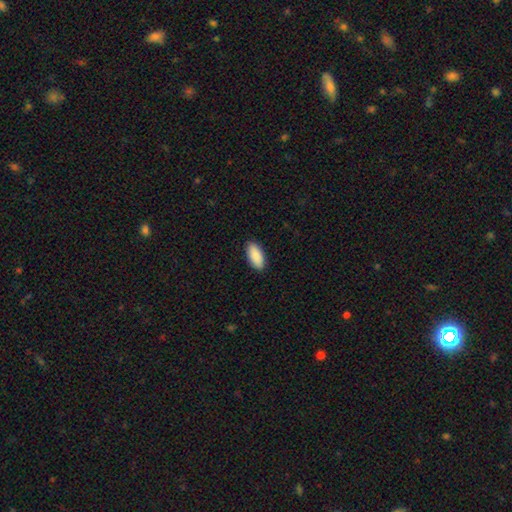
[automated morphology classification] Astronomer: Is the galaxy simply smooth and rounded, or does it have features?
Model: smooth — 90%.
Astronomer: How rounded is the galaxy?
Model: in between — 91%.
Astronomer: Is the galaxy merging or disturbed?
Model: none — 89%.